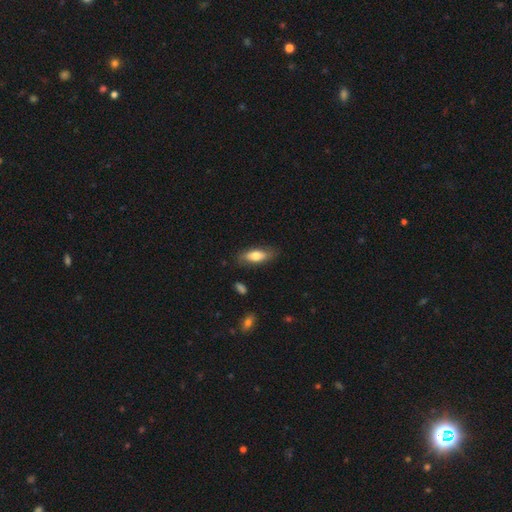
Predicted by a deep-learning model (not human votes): Q: Smooth or featured?
A: smooth (70%); runner-up: featured or disk (23%)
Q: How rounded?
A: in between (77%); runner-up: cigar-shaped (20%)
Q: Merging?
A: none (78%); runner-up: minor disturbance (16%)